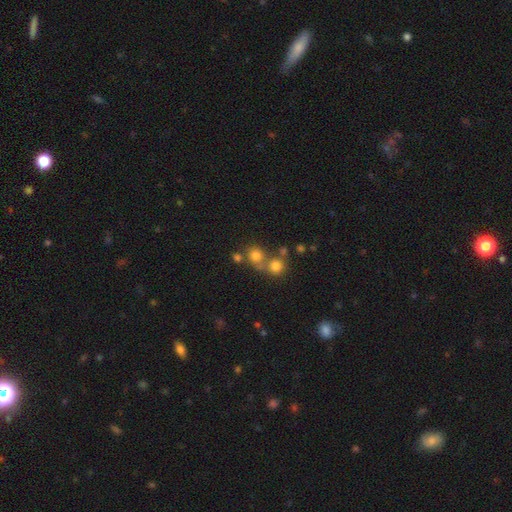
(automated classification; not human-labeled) Smooth or featured? Predicted: smooth (p=0.74). How rounded? Predicted: round (p=0.86). Merging? Predicted: none (p=0.50).